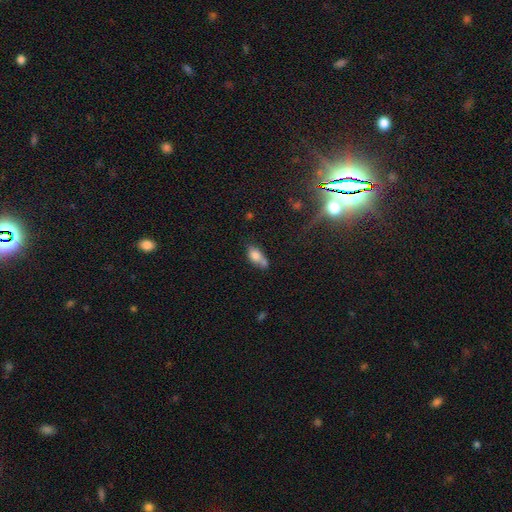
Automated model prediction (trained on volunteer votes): smooth-or-featured: smooth: 76% | featured or disk: 15% | star or artifact: 9%
  how-rounded: in between: 84% | cigar-shaped: 9% | round: 7%
  merging: none: 40% | merger: 28% | minor disturbance: 24% | major disturbance: 8%